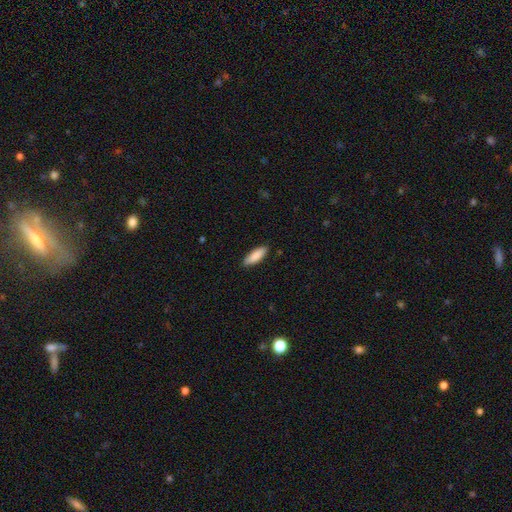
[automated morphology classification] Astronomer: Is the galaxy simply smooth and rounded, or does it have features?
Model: smooth — 87%.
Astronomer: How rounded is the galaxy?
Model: in between — 56% (runner-up: cigar-shaped, 42%).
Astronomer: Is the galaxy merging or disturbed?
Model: none — 88%.